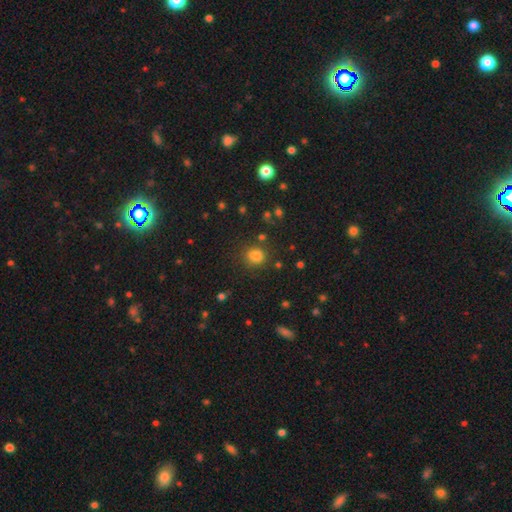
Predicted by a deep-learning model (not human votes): Smooth or featured: smooth — 80% (star or artifact — 15%)
How rounded: round — 76% (in between — 23%)
Merging: none — 79% (minor disturbance — 12%)